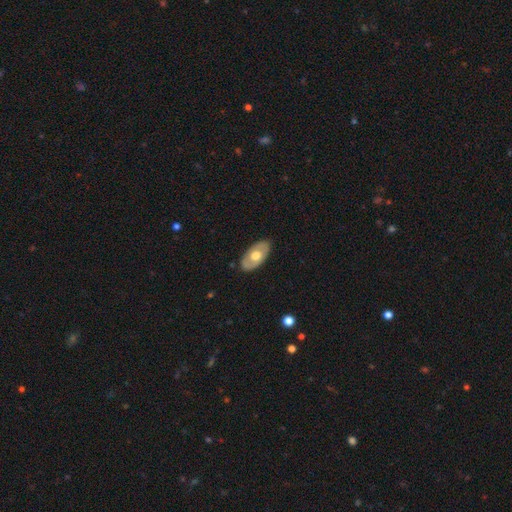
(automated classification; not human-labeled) A smooth galaxy with no disk features (48%). Merging: none (84%).